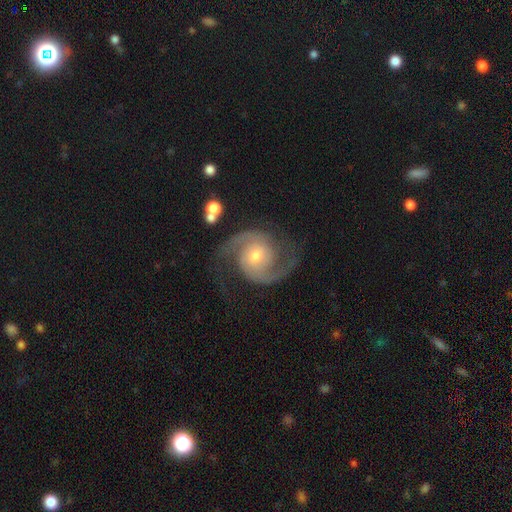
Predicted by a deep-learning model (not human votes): Smooth or featured: featured or disk — 92% (star or artifact — 4%)
Edge-on disk: no — 98% (yes — 2%)
Bar: no — 66% (weak — 28%)
Spiral arms: yes — 98% (no — 2%)
Spiral winding: medium — 58% (tight — 24%)
Spiral arm count: 2 — 94% (can't tell — 2%)
Bulge size: moderate — 53% (small — 41%)
Merging: none — 78% (minor disturbance — 14%)